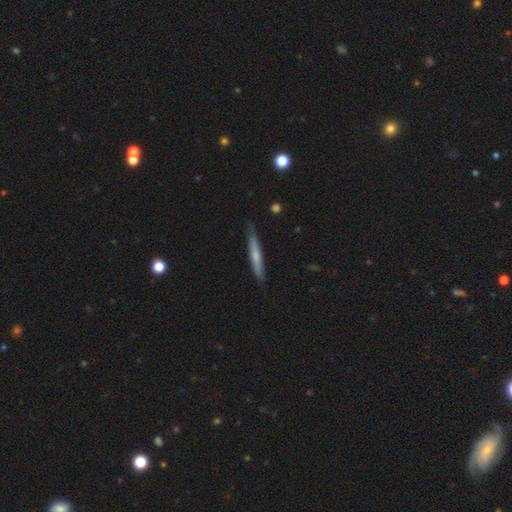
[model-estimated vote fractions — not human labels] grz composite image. It shows a smooth galaxy with no disk features (55%) that is cigar-shaped (95%). Merging: none (81%).